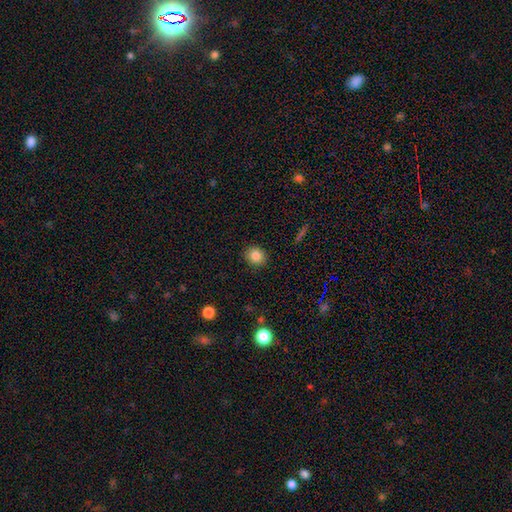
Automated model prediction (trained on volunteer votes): A smooth galaxy with no disk features (83%) that is round (74%).

Vote fractions:
- Smooth or featured? smooth: 83% / star or artifact: 10% / featured or disk: 6%
- How rounded? round: 74% / in between: 25% / cigar-shaped: 1%
- Merging? none: 90% / minor disturbance: 7% / major disturbance: 2% / merger: 1%